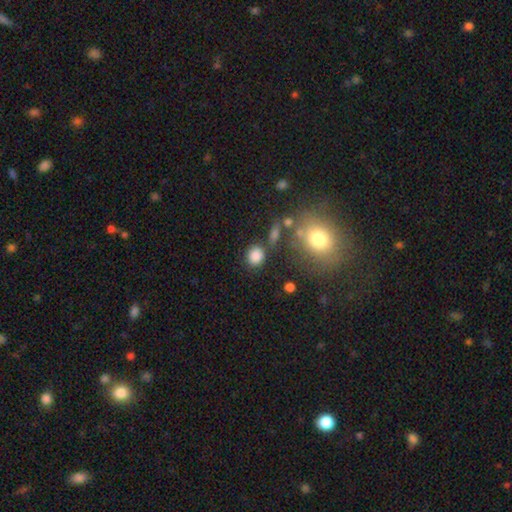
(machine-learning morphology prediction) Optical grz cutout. It shows a smooth galaxy with no disk features (84%) that is round (68%). Merging: none (74%).